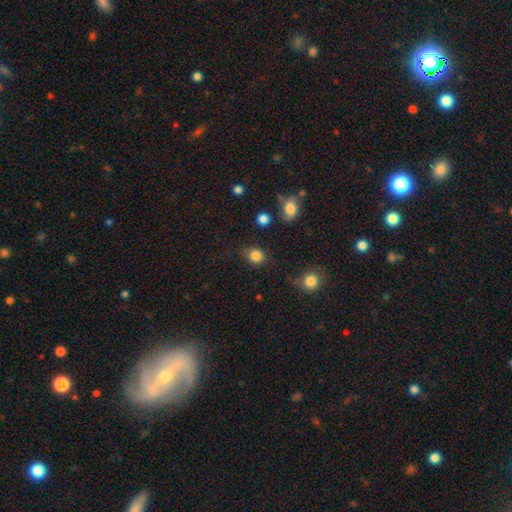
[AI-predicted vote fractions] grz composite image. It shows a smooth galaxy with no disk features (85%) that is round (70%). Merging: none (81%).